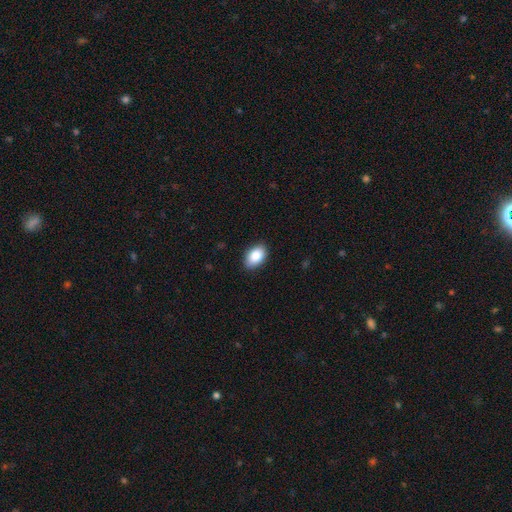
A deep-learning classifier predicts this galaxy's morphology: A smooth galaxy with no disk features (87%) that is in between round and cigar-shaped (90%). Merging: none (87%).